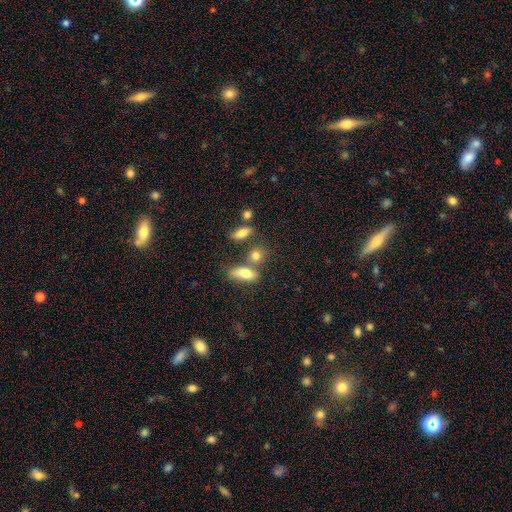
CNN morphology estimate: The model was most divided on "how rounded": in between: 54%, round: 35%, cigar-shaped: 11%. More confident: smooth or featured — smooth (80%); merging — none (55%).